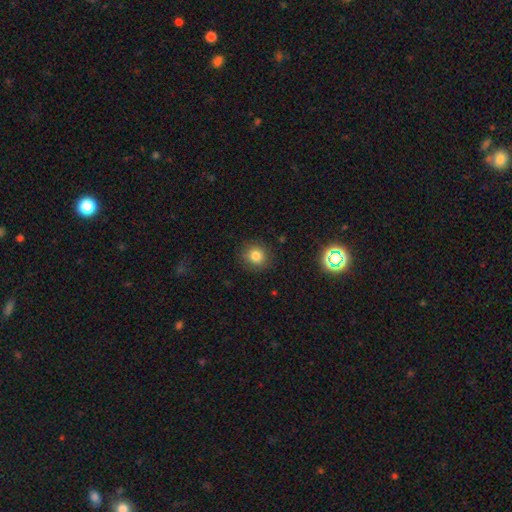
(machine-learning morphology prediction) smooth_or_featured: smooth (p=0.80) [alt: star or artifact p=0.13]
how_rounded: round (p=0.86) [alt: in between p=0.13]
merging: none (p=0.88) [alt: minor disturbance p=0.08]